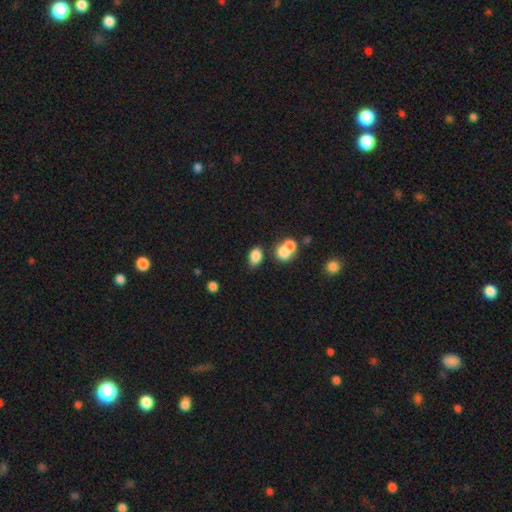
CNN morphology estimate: This appears to be a smooth galaxy with no disk features (81%) that is in between round and cigar-shaped (81%). Merging: none (56%).